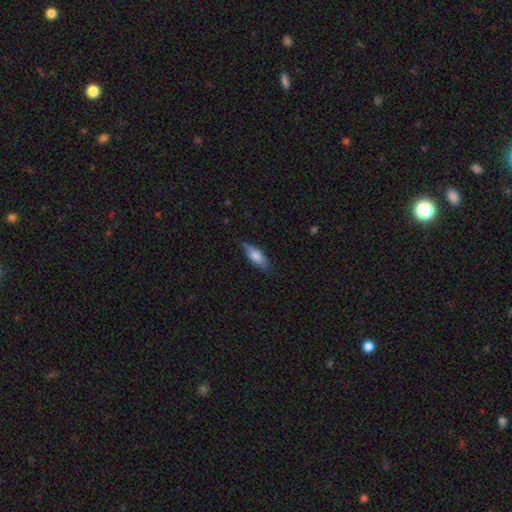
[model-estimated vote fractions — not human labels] smooth-or-featured: smooth: 71% | featured or disk: 23% | star or artifact: 6%
  how-rounded: in between: 65% | cigar-shaped: 33% | round: 2%
  merging: none: 77% | minor disturbance: 19% | major disturbance: 3% | merger: 1%